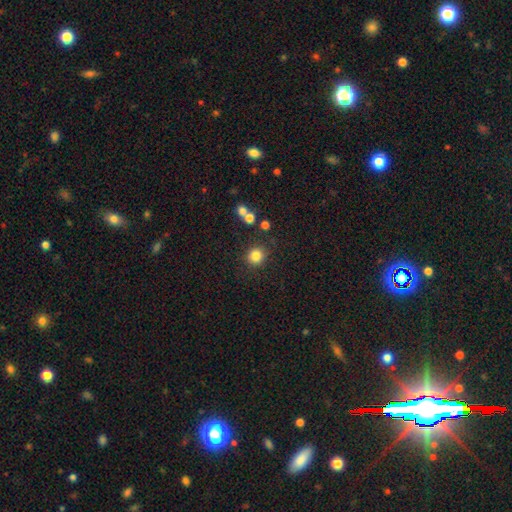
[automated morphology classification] The model was most divided on "smooth or featured": smooth: 83%, star or artifact: 12%, featured or disk: 6%. More confident: how rounded — round (89%); merging — none (85%).